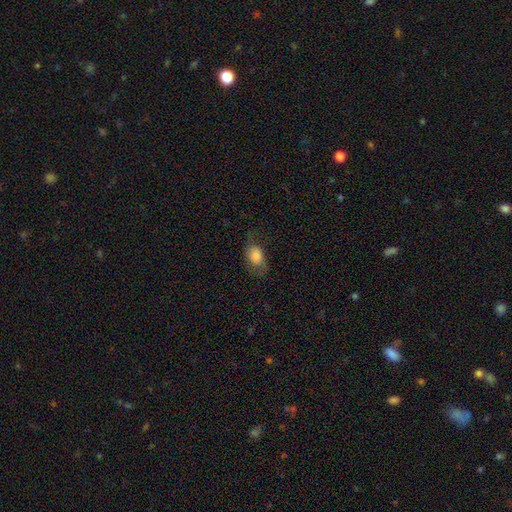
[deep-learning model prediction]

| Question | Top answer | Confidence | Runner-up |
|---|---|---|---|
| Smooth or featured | smooth | 72% | featured or disk (20%) |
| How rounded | in between | 83% | round (15%) |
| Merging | none | 54% | minor disturbance (26%) |